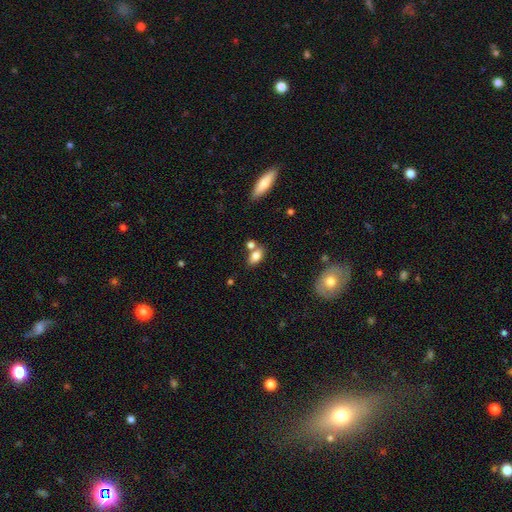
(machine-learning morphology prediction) Smooth or featured? smooth (79%)
How rounded? in between (86%)
Merging? none (57%)